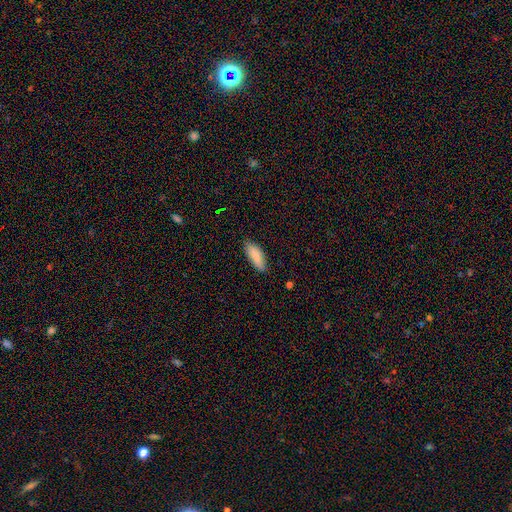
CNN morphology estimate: smooth_or_featured: smooth (p=0.86) [alt: featured or disk p=0.08]
how_rounded: in between (p=0.65) [alt: cigar-shaped p=0.33]
merging: none (p=0.83) [alt: minor disturbance p=0.14]